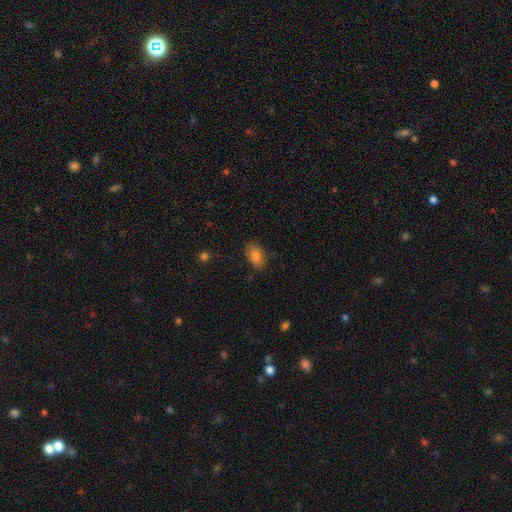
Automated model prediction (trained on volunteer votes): Morphology: type=smooth (83%); roundness=in between (90%); merging=none (79%).